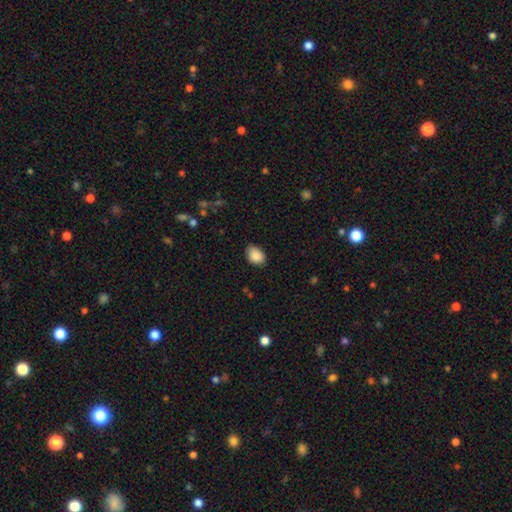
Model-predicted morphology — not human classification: A smooth galaxy with no disk features (89%) that is in between round and cigar-shaped (74%). Merging: none (78%).